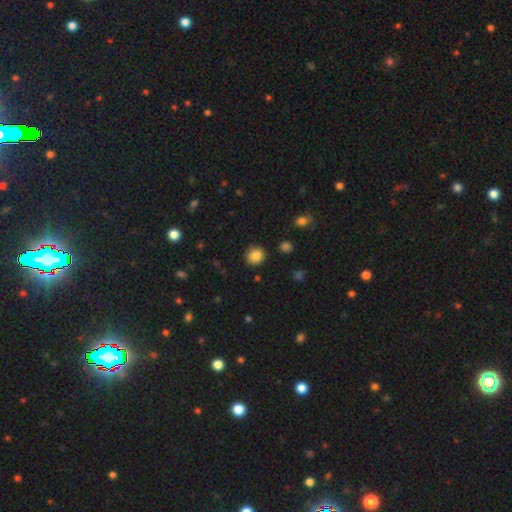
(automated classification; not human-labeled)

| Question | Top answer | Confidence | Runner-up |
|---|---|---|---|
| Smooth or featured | smooth | 85% | star or artifact (10%) |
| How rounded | round | 89% | in between (10%) |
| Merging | none | 89% | minor disturbance (7%) |